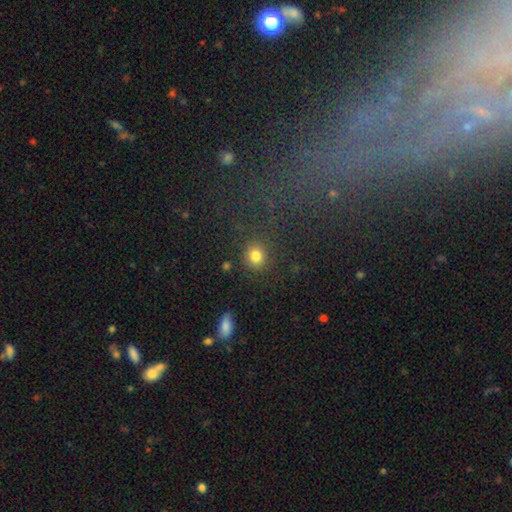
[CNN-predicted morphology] Overall: smooth (79%). How rounded: round (86%). Merging: none (85%).